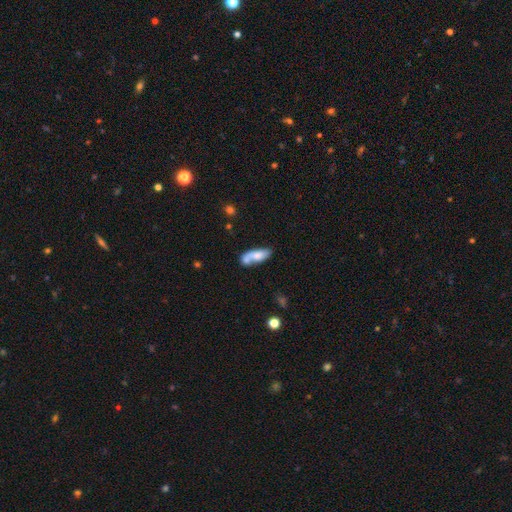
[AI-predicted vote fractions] smooth 68%, featured or disk 24%, star or artifact 7%. Down the decision tree: how rounded — in between (69%); merging — merger (44%).